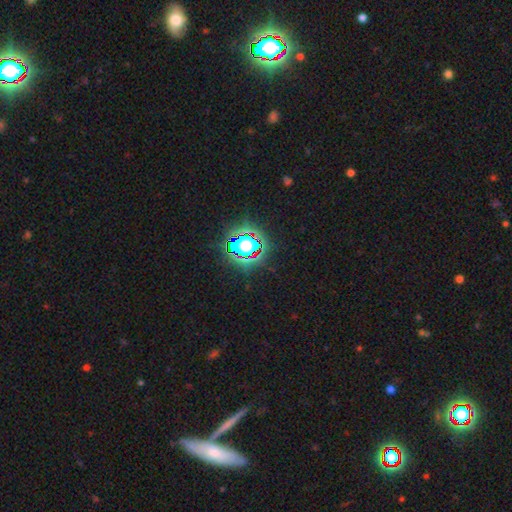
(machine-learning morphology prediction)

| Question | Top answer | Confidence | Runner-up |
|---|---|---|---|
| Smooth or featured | star or artifact | 80% | smooth (12%) |